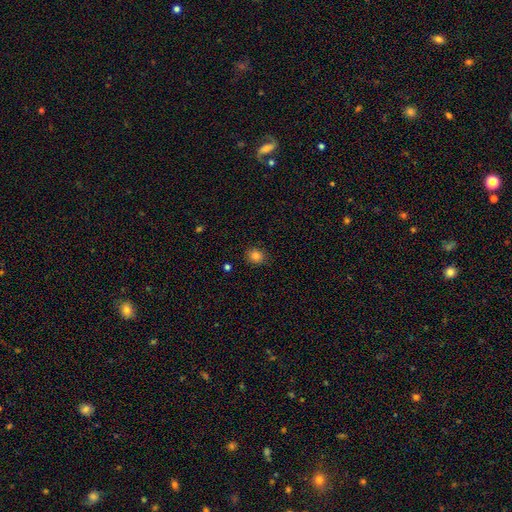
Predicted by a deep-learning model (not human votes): Smooth or featured?
  - smooth: 83% *
  - star or artifact: 12%
  - featured or disk: 4%
How rounded?
  - round: 78% *
  - in between: 21%
  - cigar-shaped: 1%
Merging?
  - none: 88% *
  - minor disturbance: 8%
  - major disturbance: 2%
  - merger: 1%